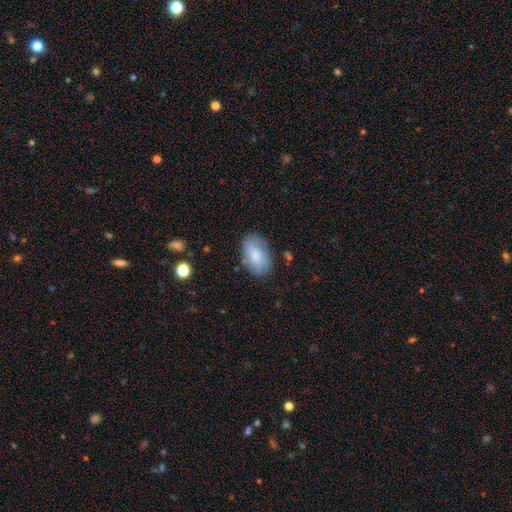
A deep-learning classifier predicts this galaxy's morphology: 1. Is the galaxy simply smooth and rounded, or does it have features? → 72% smooth, 21% featured or disk, 7% star or artifact.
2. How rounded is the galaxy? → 92% in between, 6% round, 1% cigar-shaped.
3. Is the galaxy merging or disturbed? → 75% none, 18% minor disturbance, 5% major disturbance, 2% merger.